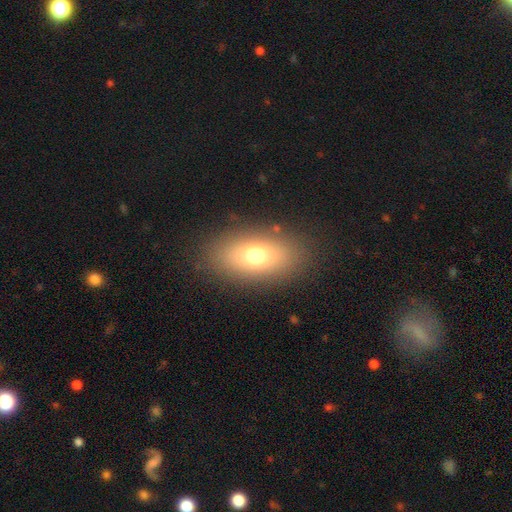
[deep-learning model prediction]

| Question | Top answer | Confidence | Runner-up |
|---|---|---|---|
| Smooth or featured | smooth | 72% | featured or disk (17%) |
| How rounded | in between | 86% | round (10%) |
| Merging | none | 86% | minor disturbance (9%) |